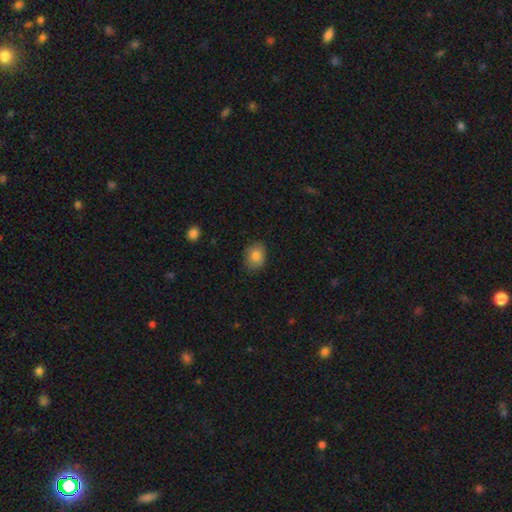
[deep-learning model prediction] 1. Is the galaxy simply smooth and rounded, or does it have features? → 83% smooth, 9% star or artifact, 8% featured or disk.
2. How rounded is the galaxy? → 59% in between, 40% round, 1% cigar-shaped.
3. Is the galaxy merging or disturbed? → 82% none, 14% minor disturbance, 3% major disturbance, 1% merger.